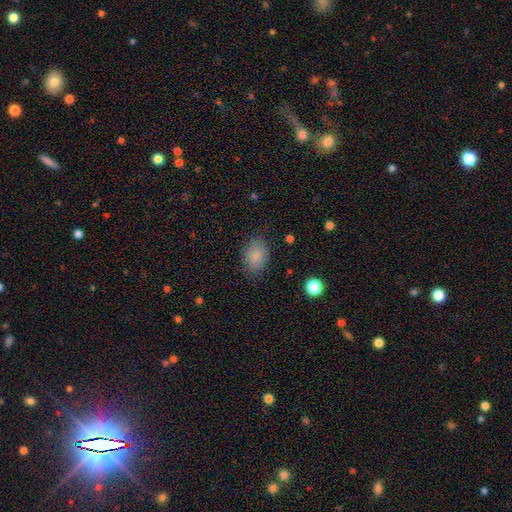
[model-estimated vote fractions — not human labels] A smooth galaxy with no disk features (85%) that is in between round and cigar-shaped (75%).

Vote fractions:
- Smooth or featured? smooth: 85% / star or artifact: 9% / featured or disk: 6%
- How rounded? in between: 75% / round: 24% / cigar-shaped: 1%
- Merging? none: 82% / minor disturbance: 13% / major disturbance: 4% / merger: 1%